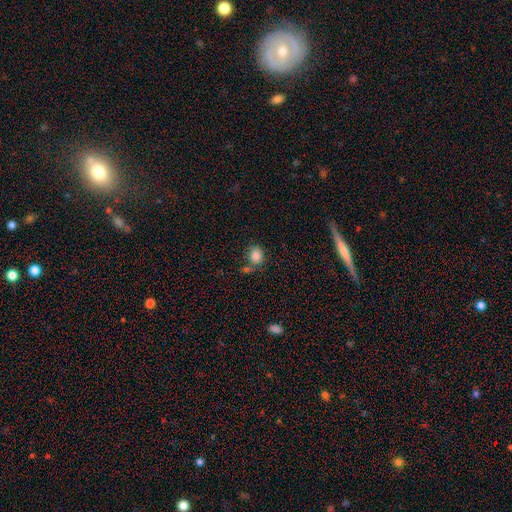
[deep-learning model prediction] smooth_or_featured: smooth (p=0.85) [alt: star or artifact p=0.10]
how_rounded: round (p=0.57) [alt: in between p=0.42]
merging: none (p=0.65) [alt: merger p=0.15]